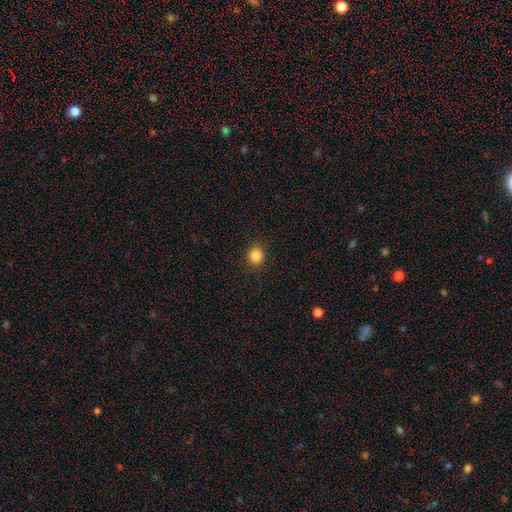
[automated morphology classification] Smooth or featured: smooth — 86% (star or artifact — 11%)
How rounded: round — 87% (in between — 12%)
Merging: none — 91% (minor disturbance — 6%)